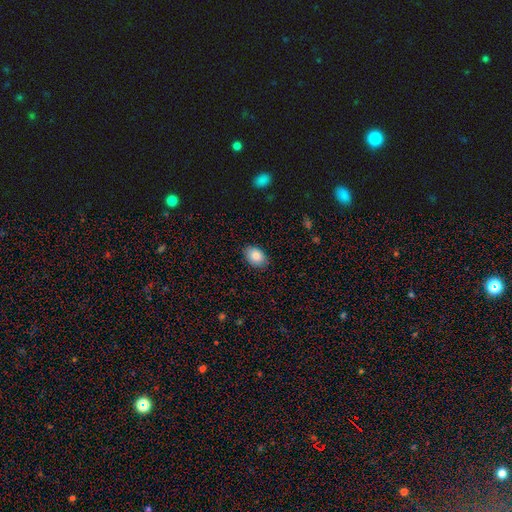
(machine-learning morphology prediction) smooth-or-featured: smooth: 86% | star or artifact: 7% | featured or disk: 7%
  how-rounded: in between: 80% | round: 19% | cigar-shaped: 1%
  merging: none: 86% | minor disturbance: 10% | major disturbance: 2% | merger: 1%